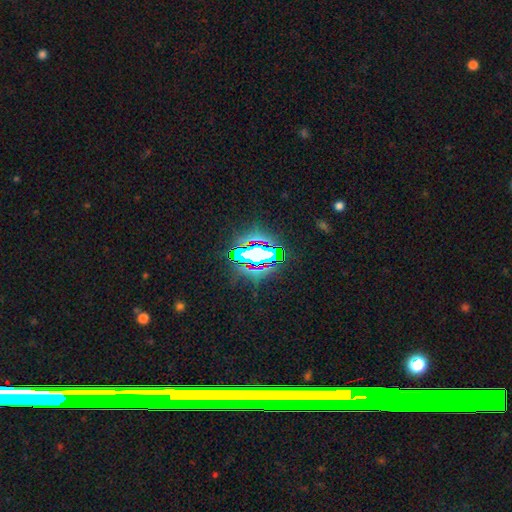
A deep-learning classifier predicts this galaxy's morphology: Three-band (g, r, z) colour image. It shows a star or artifact, not a galaxy (65%).